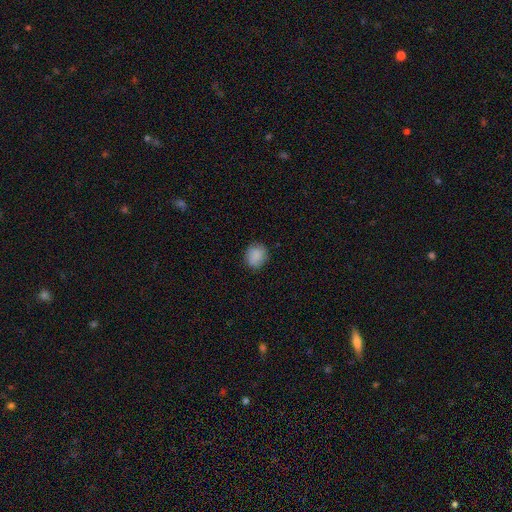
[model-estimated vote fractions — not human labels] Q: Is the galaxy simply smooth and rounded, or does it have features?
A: smooth — 87%.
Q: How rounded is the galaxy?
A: round — 75%.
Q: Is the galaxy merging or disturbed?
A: none — 84%.